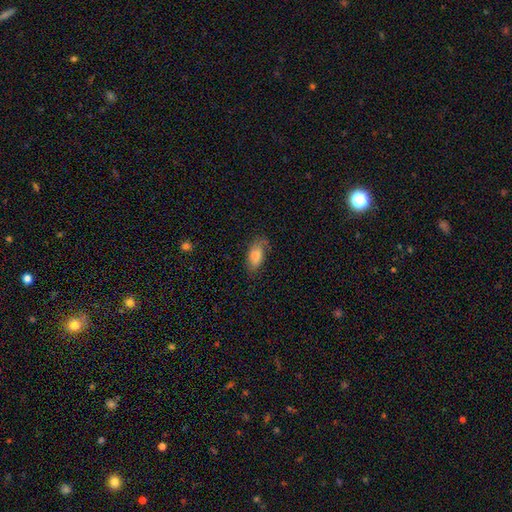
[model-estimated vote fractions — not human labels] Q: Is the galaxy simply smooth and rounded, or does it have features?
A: smooth — 74%.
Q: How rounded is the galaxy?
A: in between — 89%.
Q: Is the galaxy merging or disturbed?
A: none — 63%.